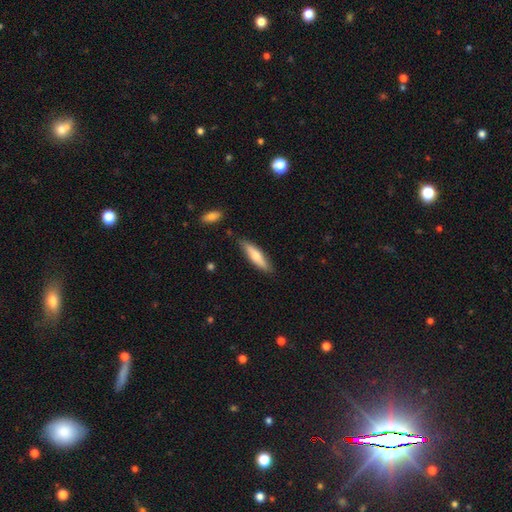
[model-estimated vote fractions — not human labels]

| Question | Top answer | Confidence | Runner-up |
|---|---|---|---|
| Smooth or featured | smooth | 62% | featured or disk (33%) |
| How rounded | cigar-shaped | 72% | in between (26%) |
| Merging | none | 84% | minor disturbance (12%) |